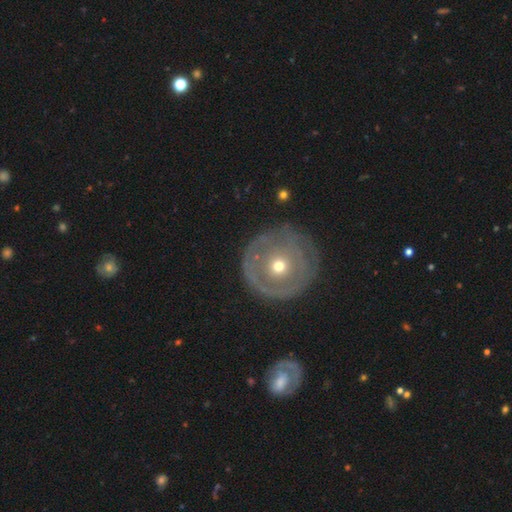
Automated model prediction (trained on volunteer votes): This appears to be a featured or disk galaxy (64%) with no bar (83%), no spiral arms (57%) and a moderate central bulge (59%). Merging: none (82%).